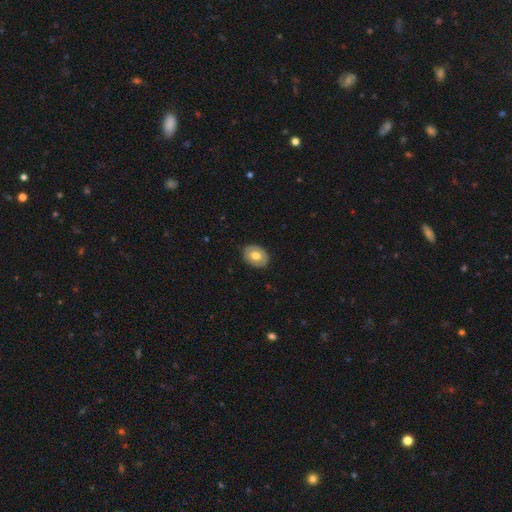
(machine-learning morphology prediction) smooth-or-featured: smooth: 67% | featured or disk: 27% | star or artifact: 7%
  how-rounded: in between: 64% | round: 35% | cigar-shaped: 1%
  merging: none: 86% | minor disturbance: 11% | major disturbance: 2% | merger: 1%